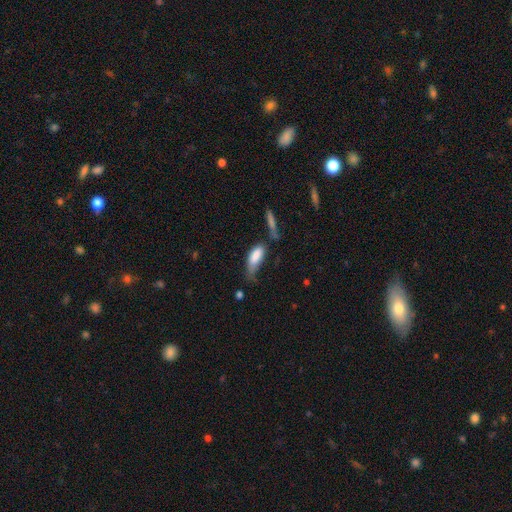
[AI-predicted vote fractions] Smooth or featured: smooth — 80% (featured or disk — 13%)
How rounded: in between — 72% (cigar-shaped — 26%)
Merging: minor disturbance — 36% (none — 33%)